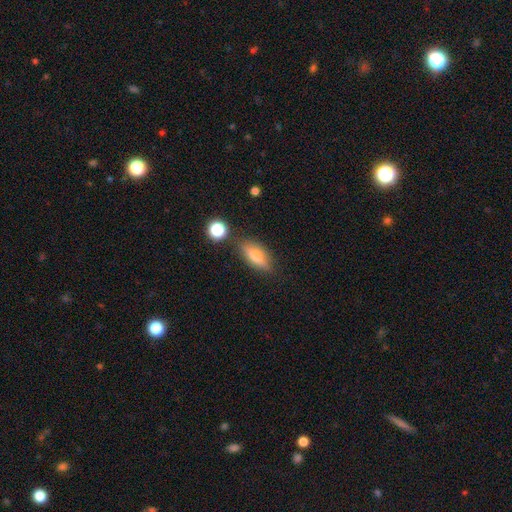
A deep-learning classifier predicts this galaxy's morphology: smooth 56%, featured or disk 35%, star or artifact 9%. Down the decision tree: how rounded — in between (66%); merging — none (78%).